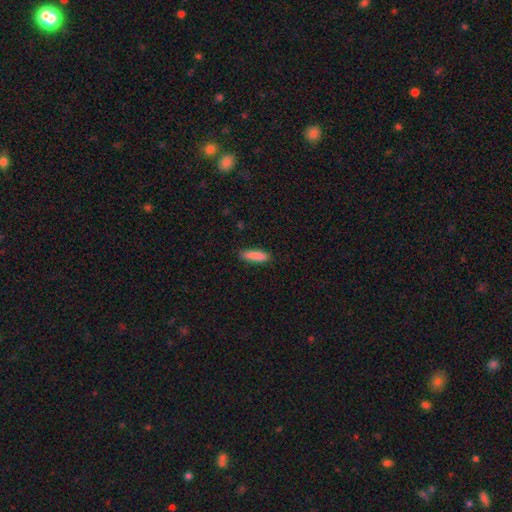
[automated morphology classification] Q: Smooth or featured?
A: smooth (88%); runner-up: star or artifact (7%)
Q: How rounded?
A: cigar-shaped (67%); runner-up: in between (32%)
Q: Merging?
A: none (86%); runner-up: minor disturbance (10%)